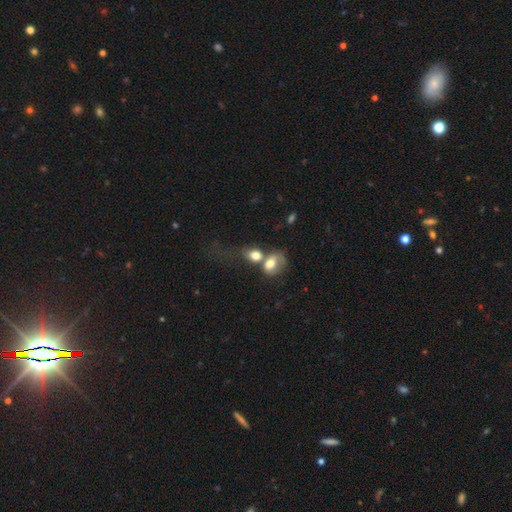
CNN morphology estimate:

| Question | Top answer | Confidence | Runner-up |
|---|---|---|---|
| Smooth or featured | smooth | 71% | featured or disk (19%) |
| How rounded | in between | 62% | round (36%) |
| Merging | merger | 59% | none (19%) |